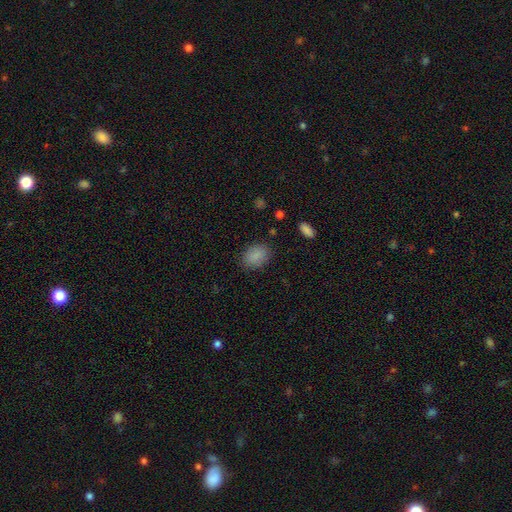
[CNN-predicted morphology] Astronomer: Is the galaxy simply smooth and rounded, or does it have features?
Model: smooth — 86%.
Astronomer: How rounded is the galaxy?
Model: in between — 76%.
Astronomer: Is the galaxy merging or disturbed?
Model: none — 83%.